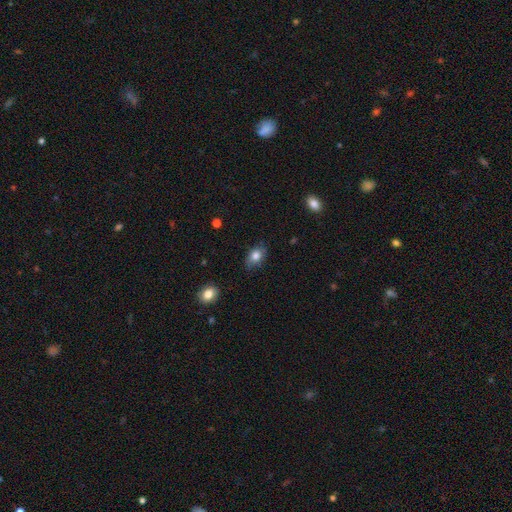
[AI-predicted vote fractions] smooth-or-featured: smooth: 80% | featured or disk: 11% | star or artifact: 9%
  how-rounded: in between: 78% | round: 21% | cigar-shaped: 2%
  merging: none: 74% | minor disturbance: 21% | major disturbance: 4% | merger: 1%